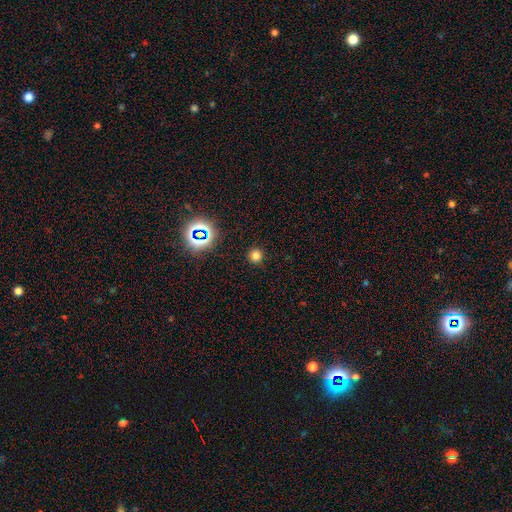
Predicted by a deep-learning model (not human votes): Smooth or featured? smooth (73%)
How rounded? round (95%)
Merging? none (91%)